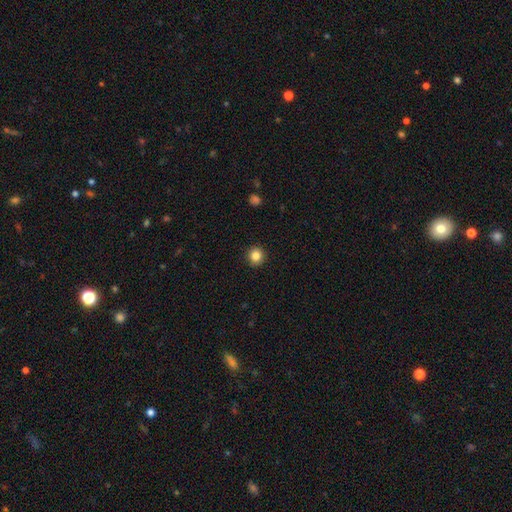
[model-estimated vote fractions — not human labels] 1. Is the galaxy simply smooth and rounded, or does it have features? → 85% smooth, 10% star or artifact, 4% featured or disk.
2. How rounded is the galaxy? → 93% round, 6% in between, 1% cigar-shaped.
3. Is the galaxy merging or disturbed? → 92% none, 5% minor disturbance, 2% major disturbance, 1% merger.